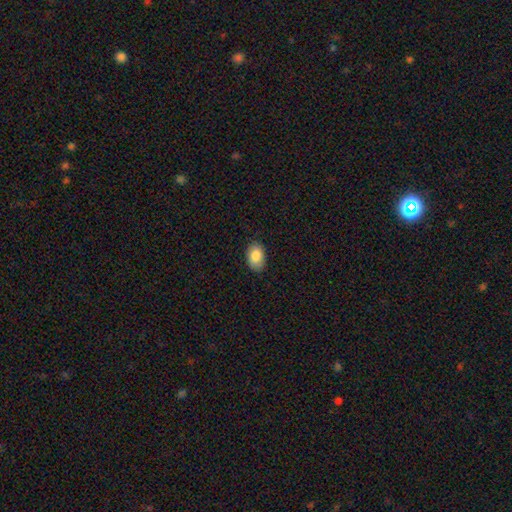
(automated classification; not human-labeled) Smooth or featured: smooth — 85% (featured or disk — 8%)
How rounded: in between — 89% (round — 10%)
Merging: none — 87% (minor disturbance — 10%)